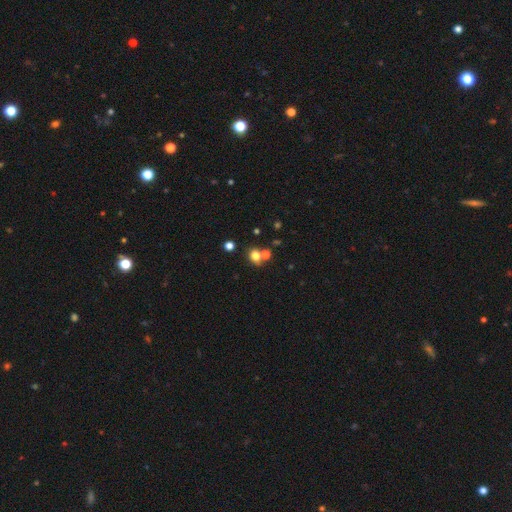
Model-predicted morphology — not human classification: smooth-or-featured: smooth: 74% | star or artifact: 16% | featured or disk: 9%
  how-rounded: round: 65% | in between: 34% | cigar-shaped: 1%
  merging: none: 55% | merger: 31% | minor disturbance: 9% | major disturbance: 4%